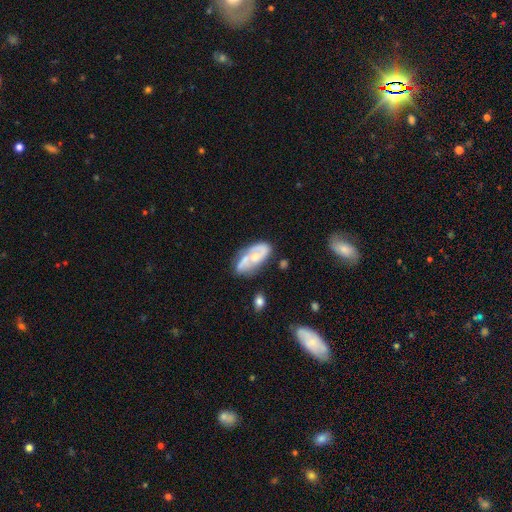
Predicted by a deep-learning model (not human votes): Overall: featured or disk (68%). Edge-on disk: no (94%). Bar: no (68%). Spiral arms: yes (75%). Bulge size: moderate (47%; small 42%). Merging: none (53%; minor disturbance 25%).